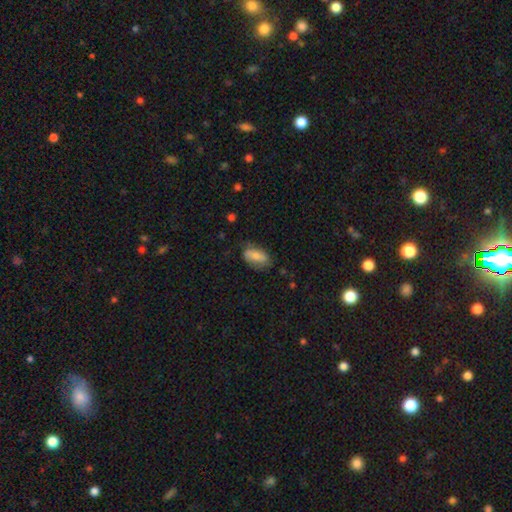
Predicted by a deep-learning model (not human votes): Morphology: type=smooth (66%); roundness=in between (90%); merging=none (65%).